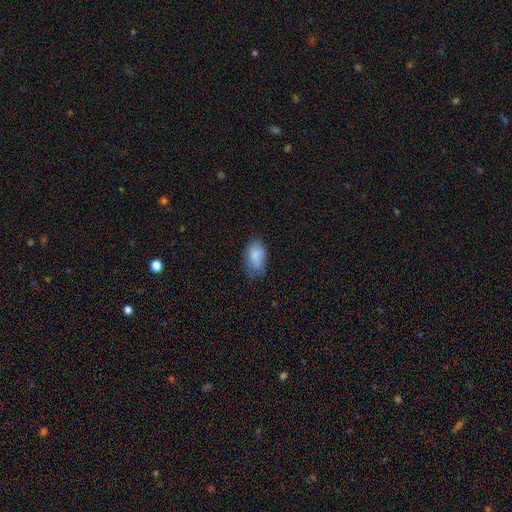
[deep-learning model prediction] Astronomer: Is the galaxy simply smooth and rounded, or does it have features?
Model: smooth — 83%.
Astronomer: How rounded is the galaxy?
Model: in between — 93%.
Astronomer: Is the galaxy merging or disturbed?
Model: none — 60%.